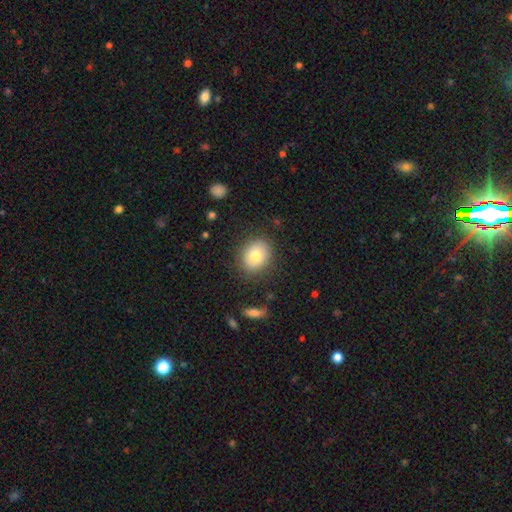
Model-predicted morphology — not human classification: smooth_or_featured: smooth (p=0.78) [alt: featured or disk p=0.13]
how_rounded: round (p=0.51) [alt: in between p=0.48]
merging: none (p=0.84) [alt: minor disturbance p=0.11]